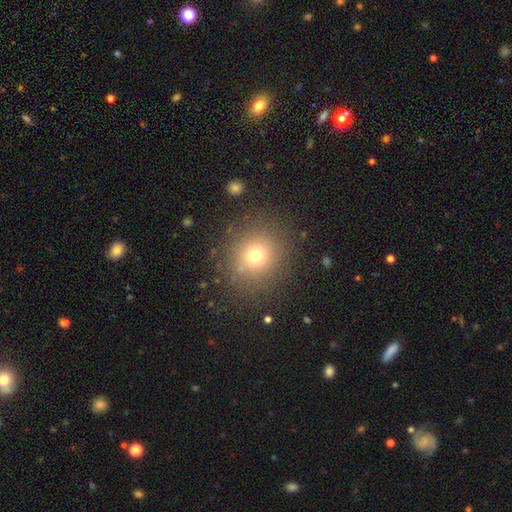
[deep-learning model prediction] A smooth galaxy with no disk features (71%) that is round (88%).

Vote fractions:
- Smooth or featured? smooth: 71% / star or artifact: 18% / featured or disk: 11%
- How rounded? round: 88% / in between: 11% / cigar-shaped: 1%
- Merging? none: 86% / minor disturbance: 8% / major disturbance: 4% / merger: 2%